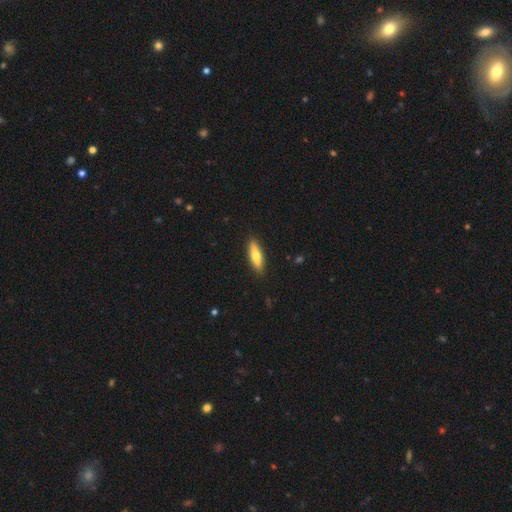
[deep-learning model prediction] This is likely a smooth galaxy (69%). How rounded: possibly cigar-shaped (54%). Merging: clearly none (89%).